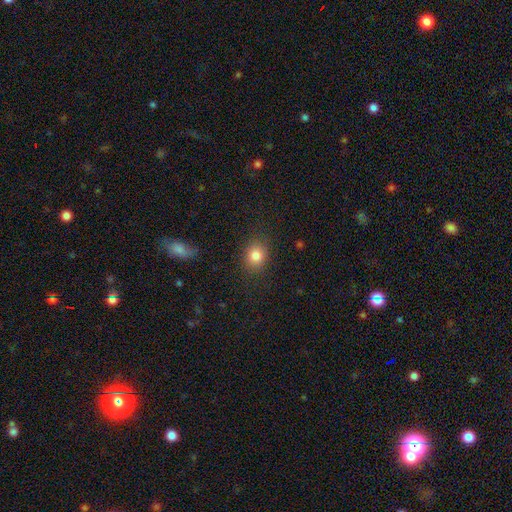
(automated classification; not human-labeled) Morphology: type=smooth (83%); roundness=round (65%); merging=none (85%).